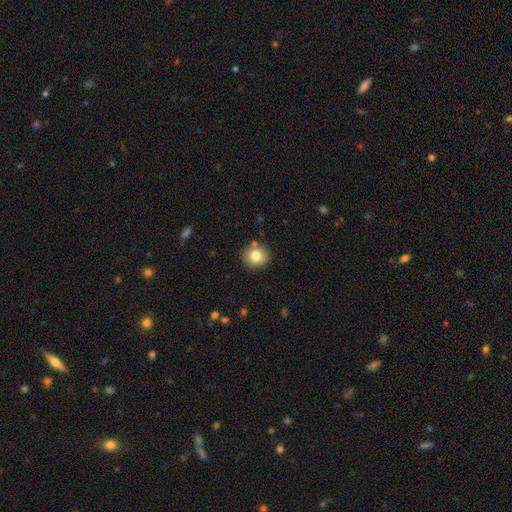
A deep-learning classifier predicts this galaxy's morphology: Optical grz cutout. It shows a smooth galaxy with no disk features (80%) that is round (84%). Merging: none (84%).